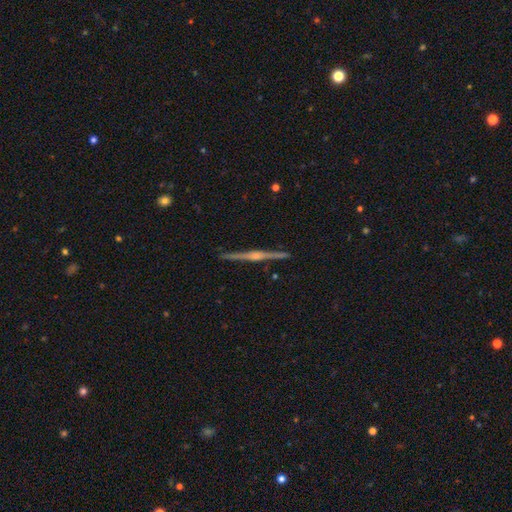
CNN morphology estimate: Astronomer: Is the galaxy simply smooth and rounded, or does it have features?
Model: featured or disk — 86%.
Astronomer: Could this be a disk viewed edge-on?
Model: yes — 99%.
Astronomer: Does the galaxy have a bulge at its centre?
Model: rounded — 83%.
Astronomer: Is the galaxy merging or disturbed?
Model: none — 92%.